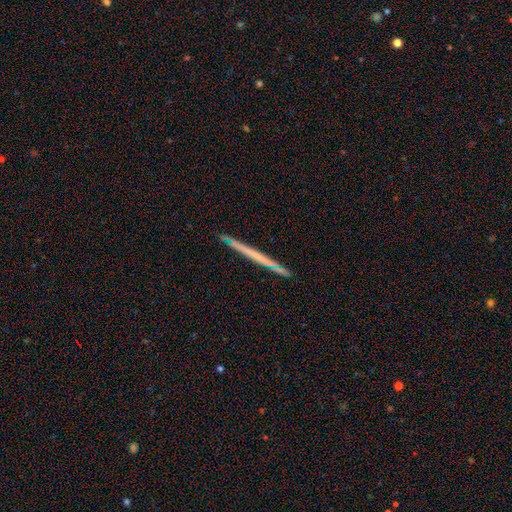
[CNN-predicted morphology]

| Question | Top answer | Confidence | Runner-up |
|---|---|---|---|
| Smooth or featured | featured or disk | 51% | smooth (43%) |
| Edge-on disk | yes | 98% | no (2%) |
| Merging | none | 92% | minor disturbance (6%) |